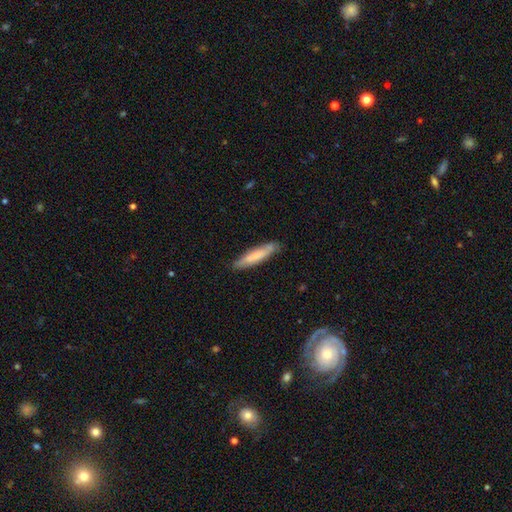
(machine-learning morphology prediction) This appears to be a smooth galaxy with no disk features (71%) that is cigar-shaped (85%). Merging: none (80%).